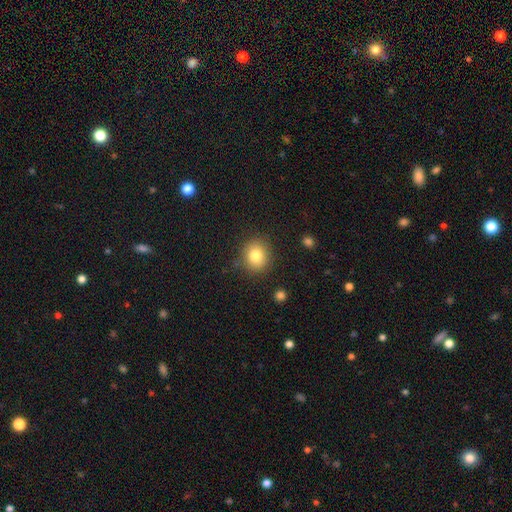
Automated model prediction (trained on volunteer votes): Smooth or featured: smooth — 80% (star or artifact — 11%)
How rounded: round — 80% (in between — 19%)
Merging: none — 86% (minor disturbance — 9%)